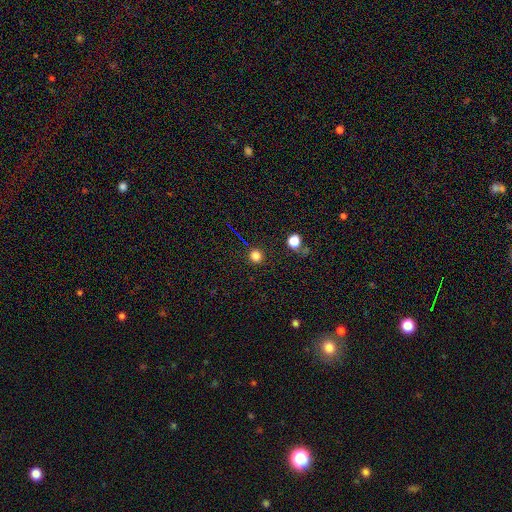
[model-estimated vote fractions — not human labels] A smooth galaxy with no disk features (78%) that is round (93%). Merging: none (90%).